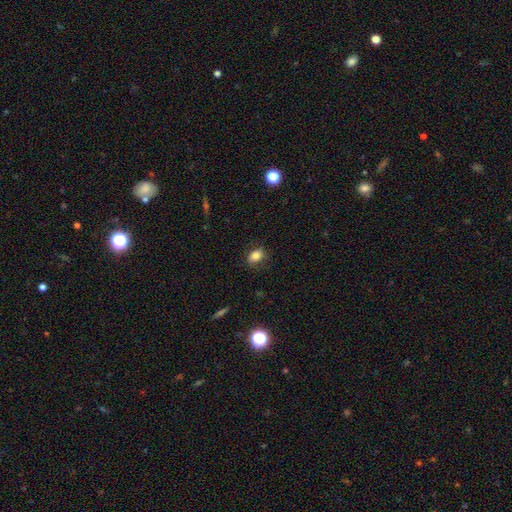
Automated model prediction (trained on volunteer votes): Smooth or featured?
  - smooth: 82% *
  - star or artifact: 10%
  - featured or disk: 7%
How rounded?
  - in between: 73% *
  - round: 26%
  - cigar-shaped: 2%
Merging?
  - none: 80% *
  - minor disturbance: 15%
  - major disturbance: 4%
  - merger: 1%